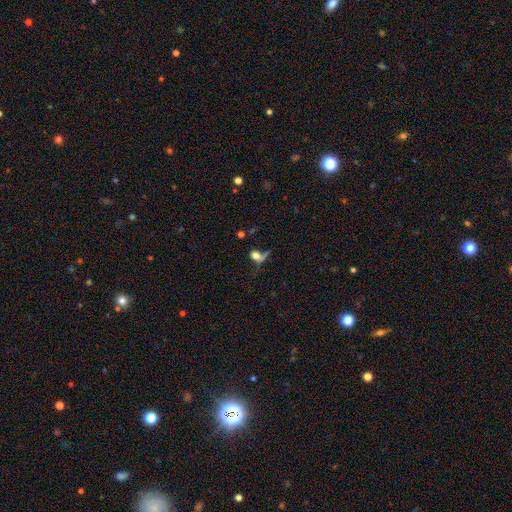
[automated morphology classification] smooth-or-featured: smooth: 63% | featured or disk: 21% | star or artifact: 16%
  how-rounded: in between: 53% | round: 42% | cigar-shaped: 5%
  merging: major disturbance: 38% | none: 27% | merger: 18% | minor disturbance: 17%